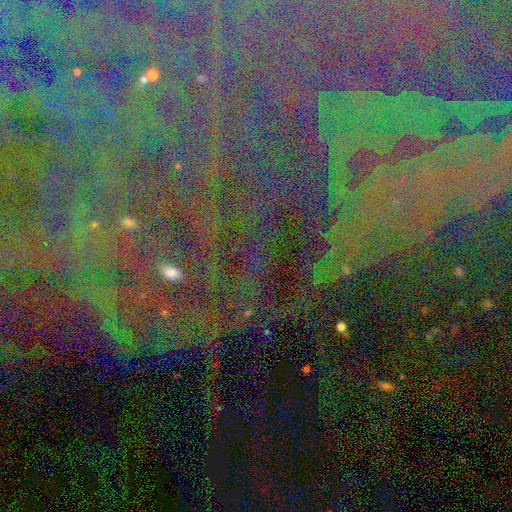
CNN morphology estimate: smooth_or_featured: star or artifact (p=0.82) [alt: featured or disk p=0.10]